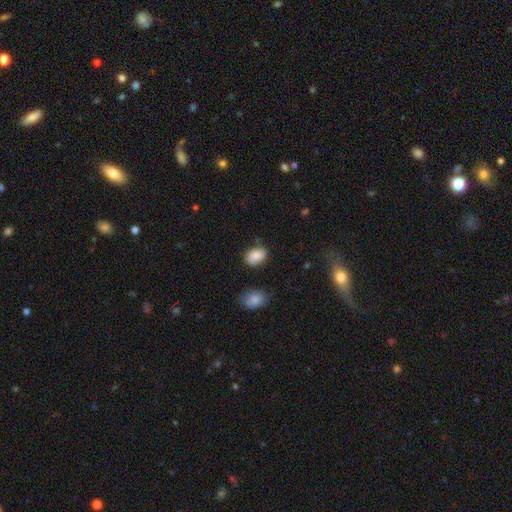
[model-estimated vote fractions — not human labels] A smooth galaxy with no disk features (85%) that is in between round and cigar-shaped (78%).

Vote fractions:
- Smooth or featured? smooth: 85% / star or artifact: 8% / featured or disk: 7%
- How rounded? in between: 78% / round: 21% / cigar-shaped: 1%
- Merging? none: 77% / minor disturbance: 16% / merger: 4% / major disturbance: 4%